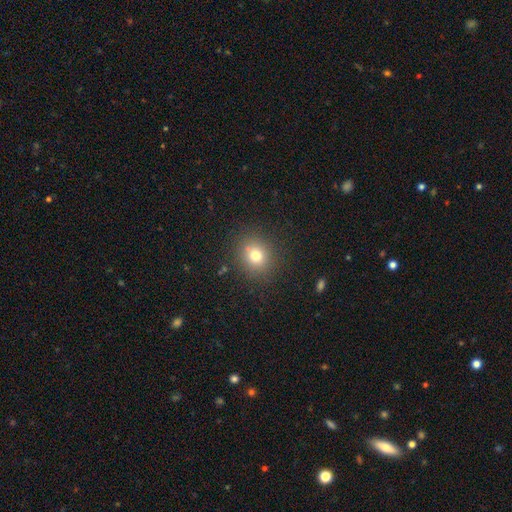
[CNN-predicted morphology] Overall: smooth (75%). How rounded: round (81%). Merging: none (84%).